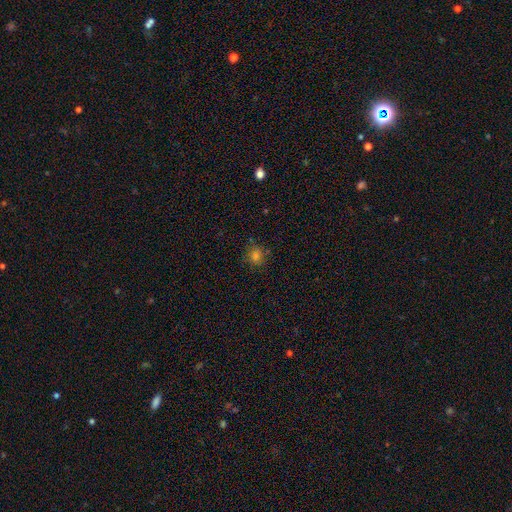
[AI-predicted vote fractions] Smooth or featured: smooth — 74% (star or artifact — 20%)
How rounded: round — 84% (in between — 15%)
Merging: none — 82% (minor disturbance — 12%)